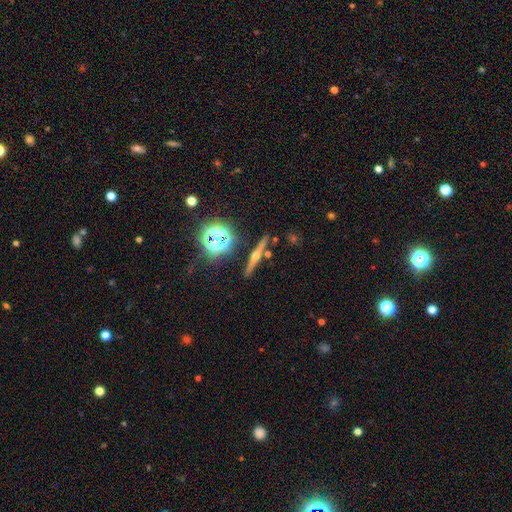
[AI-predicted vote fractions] This appears to be a featured or disk galaxy (66%) viewed edge-on (96%) with a rounded central bulge (94%). Merging: none (88%).